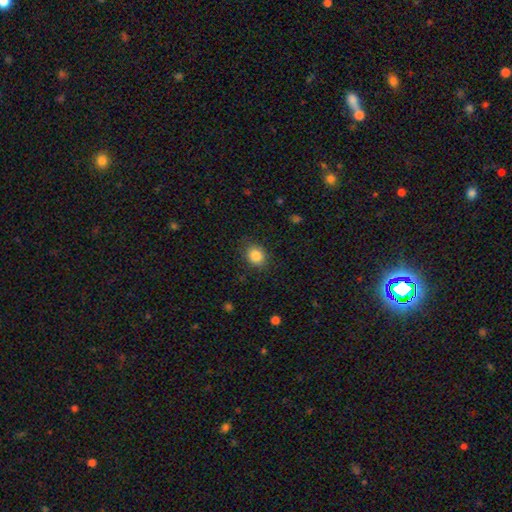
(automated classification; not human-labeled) Morphology: type=smooth (85%); roundness=round (57%); merging=none (85%).